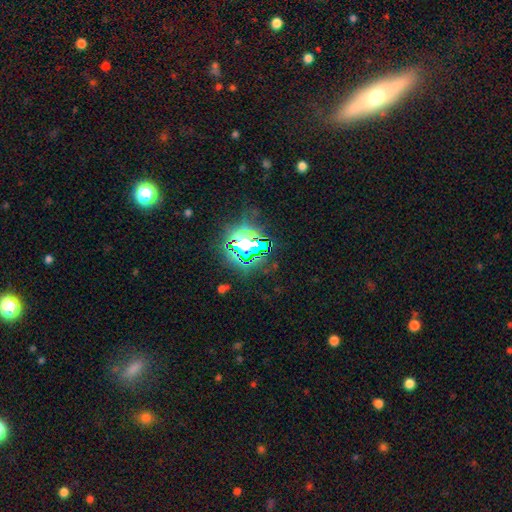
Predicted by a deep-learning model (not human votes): Overall: star or artifact (79%).